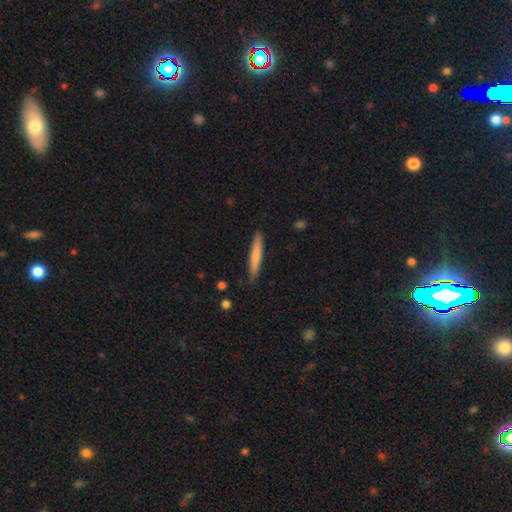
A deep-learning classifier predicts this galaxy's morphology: smooth 71%, featured or disk 23%, star or artifact 5%. Down the decision tree: how rounded — cigar-shaped (95%); merging — none (88%).